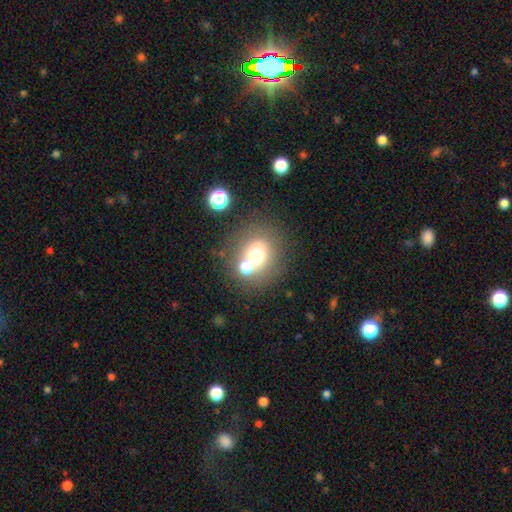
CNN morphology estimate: The model was most divided on "merging": none: 53%, merger: 33%, minor disturbance: 9%, major disturbance: 5%. More confident: how rounded — round (81%); smooth or featured — smooth (64%).